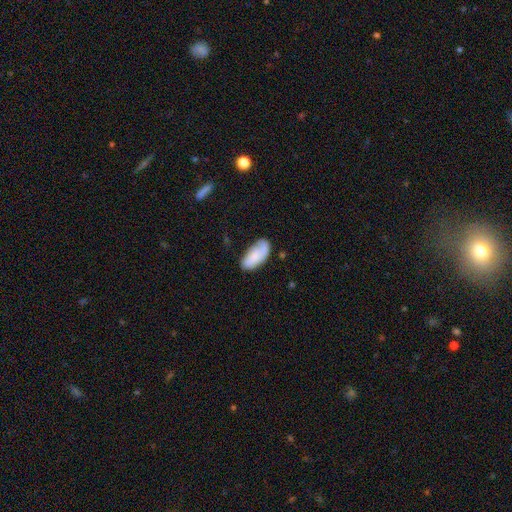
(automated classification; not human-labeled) Smooth or featured?
  - smooth: 71% *
  - featured or disk: 23%
  - star or artifact: 6%
How rounded?
  - in between: 92% *
  - cigar-shaped: 6%
  - round: 2%
Merging?
  - none: 61% *
  - minor disturbance: 27%
  - major disturbance: 9%
  - merger: 3%